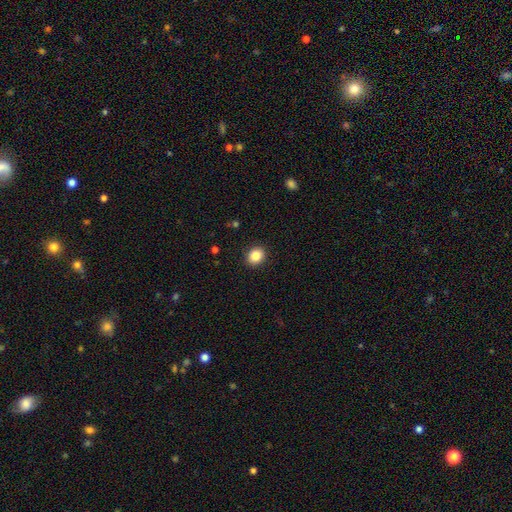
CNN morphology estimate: A smooth galaxy with no disk features (85%) that is round (69%).

Vote fractions:
- Smooth or featured? smooth: 85% / star or artifact: 10% / featured or disk: 6%
- How rounded? round: 69% / in between: 30% / cigar-shaped: 1%
- Merging? none: 92% / minor disturbance: 6% / major disturbance: 2% / merger: 1%